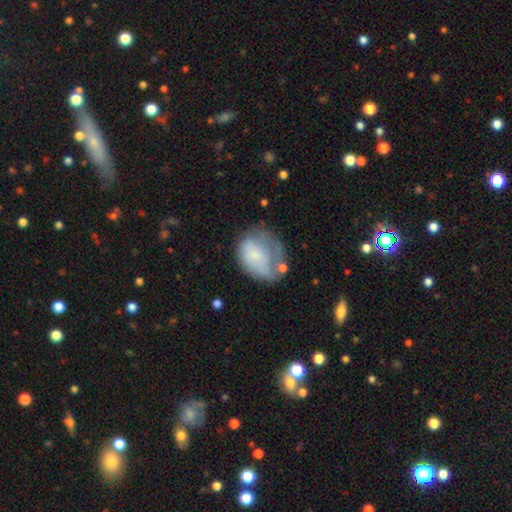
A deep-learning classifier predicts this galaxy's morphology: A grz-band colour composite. It shows a smooth galaxy with no disk features (59%) that is in between round and cigar-shaped (57%). Merging: none (33%).